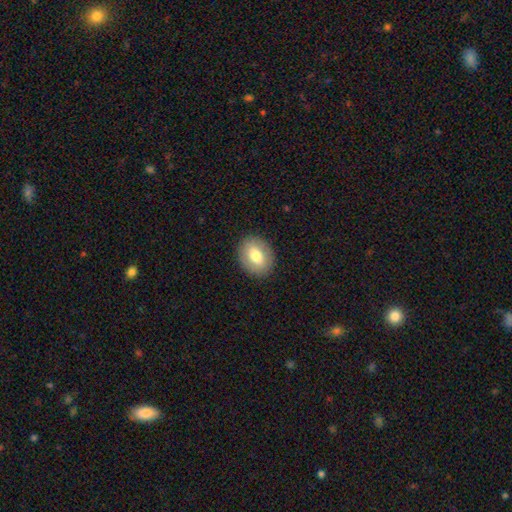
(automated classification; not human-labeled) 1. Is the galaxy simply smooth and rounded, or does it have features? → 70% smooth, 22% featured or disk, 8% star or artifact.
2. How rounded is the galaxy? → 59% in between, 40% round, 1% cigar-shaped.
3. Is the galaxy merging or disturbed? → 88% none, 9% minor disturbance, 3% major disturbance, 1% merger.